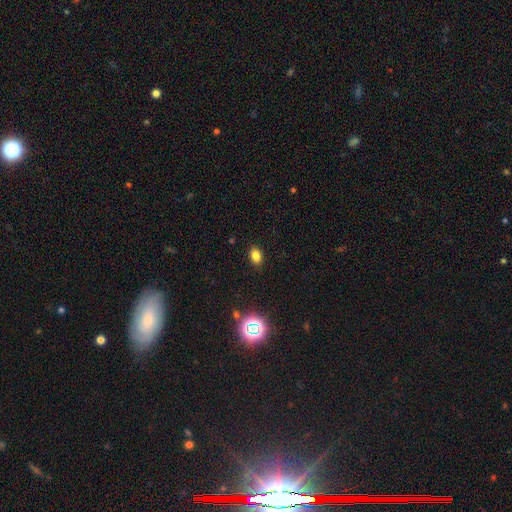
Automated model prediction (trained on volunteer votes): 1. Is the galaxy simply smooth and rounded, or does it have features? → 78% smooth, 16% star or artifact, 6% featured or disk.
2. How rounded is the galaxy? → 80% in between, 18% round, 2% cigar-shaped.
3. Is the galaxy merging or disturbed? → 88% none, 8% minor disturbance, 2% major disturbance, 1% merger.